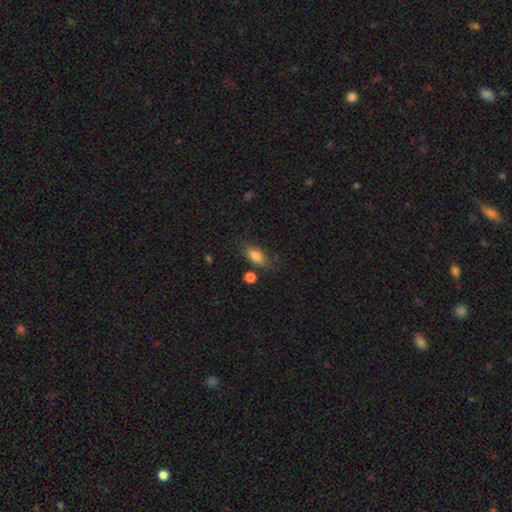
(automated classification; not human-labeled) smooth_or_featured: smooth (p=0.80) [alt: featured or disk p=0.12]
how_rounded: in between (p=0.83) [alt: cigar-shaped p=0.11]
merging: none (p=0.70) [alt: minor disturbance p=0.20]